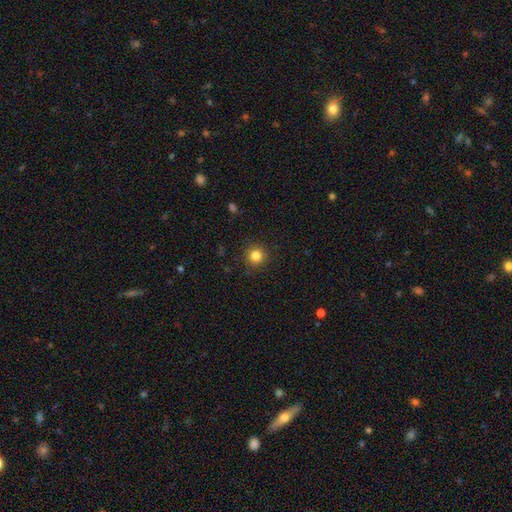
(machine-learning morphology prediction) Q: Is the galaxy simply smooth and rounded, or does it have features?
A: smooth — 83%.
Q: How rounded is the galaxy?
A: round — 94%.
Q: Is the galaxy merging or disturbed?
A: none — 91%.